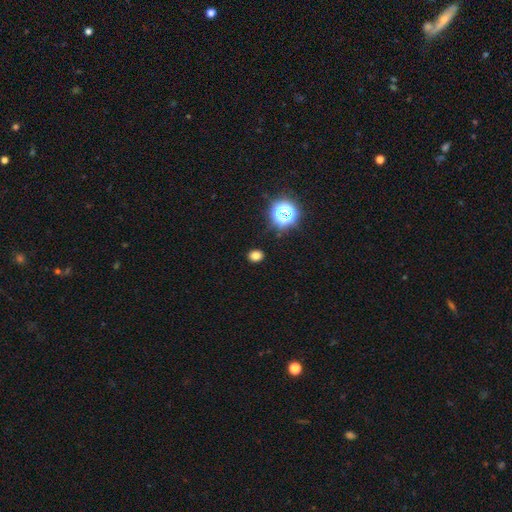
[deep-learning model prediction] smooth-or-featured: smooth: 75% | star or artifact: 20% | featured or disk: 5%
  how-rounded: round: 57% | in between: 41% | cigar-shaped: 1%
  merging: none: 89% | minor disturbance: 8% | major disturbance: 2% | merger: 1%